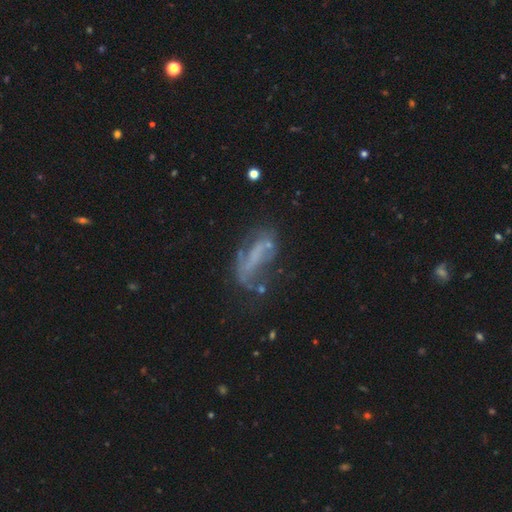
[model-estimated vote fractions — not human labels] This appears to be a featured or disk galaxy (56%). Merging: none (37%).